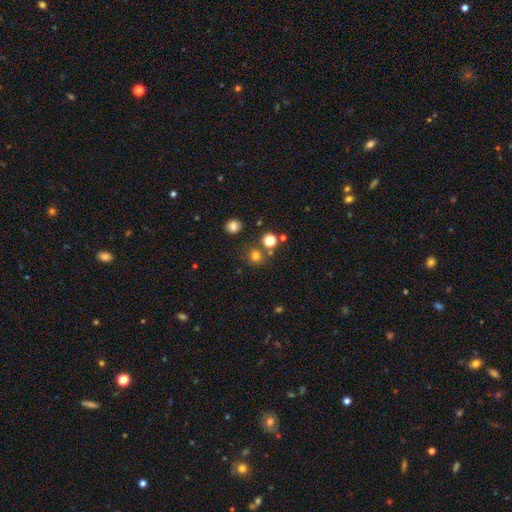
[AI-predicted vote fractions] Smooth or featured? Predicted: smooth (p=0.75). How rounded? Predicted: round (p=0.87). Merging? Predicted: none (p=0.76).